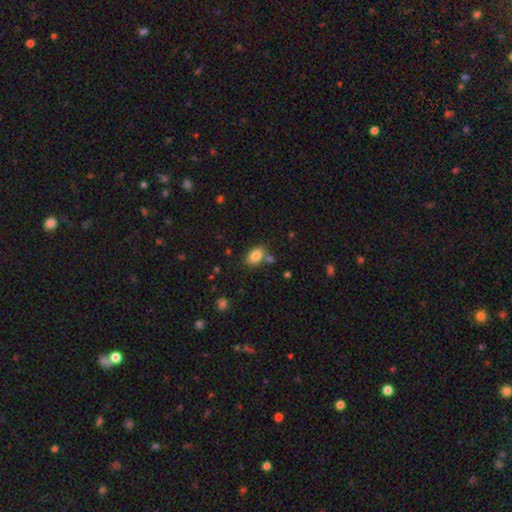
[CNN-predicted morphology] Smooth or featured? smooth (84%)
How rounded? in between (88%)
Merging? none (69%)